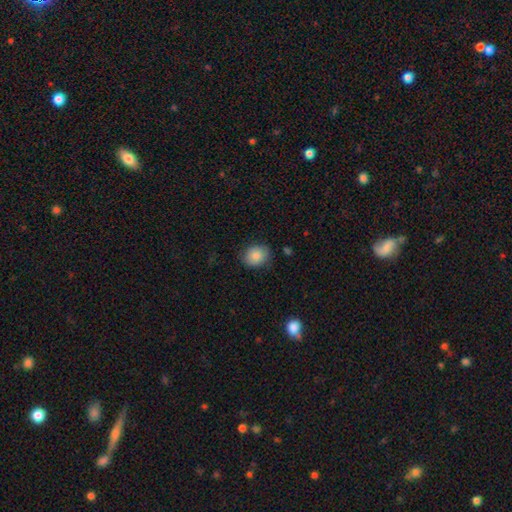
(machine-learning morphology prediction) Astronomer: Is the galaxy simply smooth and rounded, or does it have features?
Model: smooth — 87%.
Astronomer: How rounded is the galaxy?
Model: round — 58% (runner-up: in between, 42%).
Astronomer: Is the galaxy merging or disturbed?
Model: none — 81%.